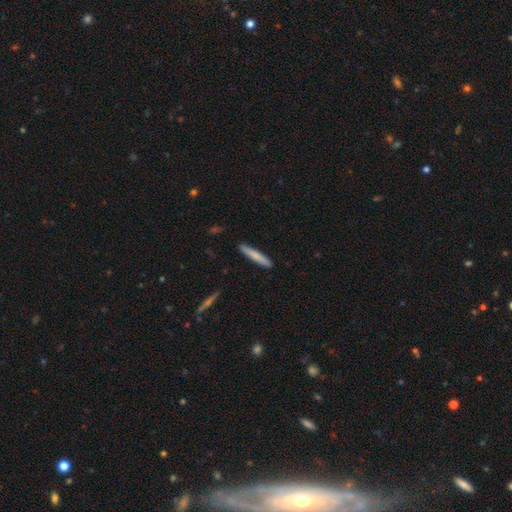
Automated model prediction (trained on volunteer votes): Q: Smooth or featured?
A: smooth (76%); runner-up: featured or disk (19%)
Q: How rounded?
A: cigar-shaped (95%); runner-up: in between (4%)
Q: Merging?
A: none (91%); runner-up: minor disturbance (7%)